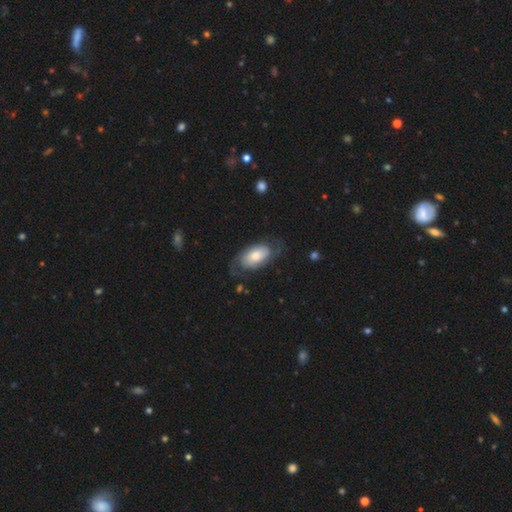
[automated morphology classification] smooth-or-featured: featured or disk: 50% | smooth: 43% | star or artifact: 6%
  disk-edge-on: no: 93% | yes: 7%
  merging: none: 58% | minor disturbance: 23% | major disturbance: 17% | merger: 2%